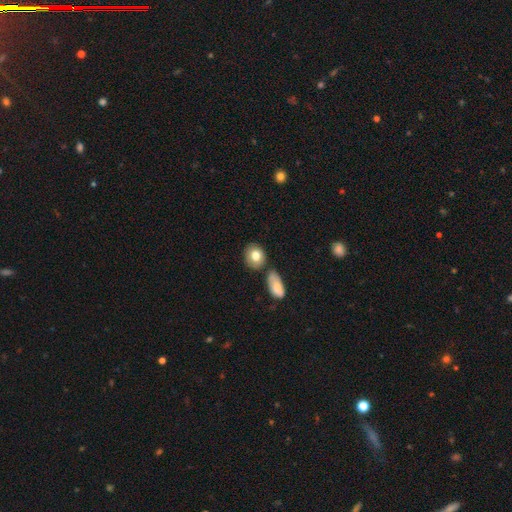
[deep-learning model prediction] smooth_or_featured: smooth (p=0.79) [alt: featured or disk p=0.13]
how_rounded: round (p=0.59) [alt: in between p=0.40]
merging: none (p=0.67) [alt: merger p=0.15]